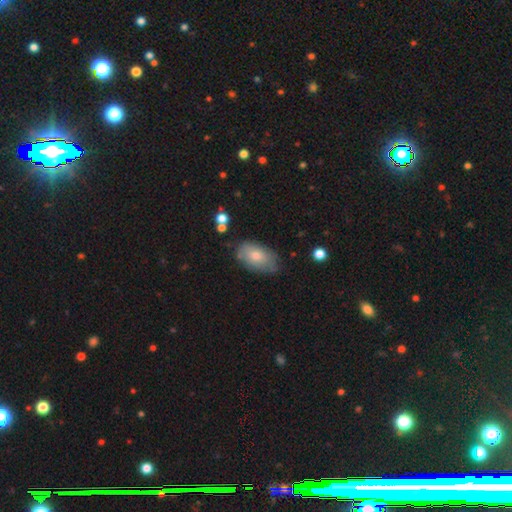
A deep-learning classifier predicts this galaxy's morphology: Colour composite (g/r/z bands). It shows a smooth galaxy with no disk features (69%) that is in between round and cigar-shaped (92%). Merging: none (72%).